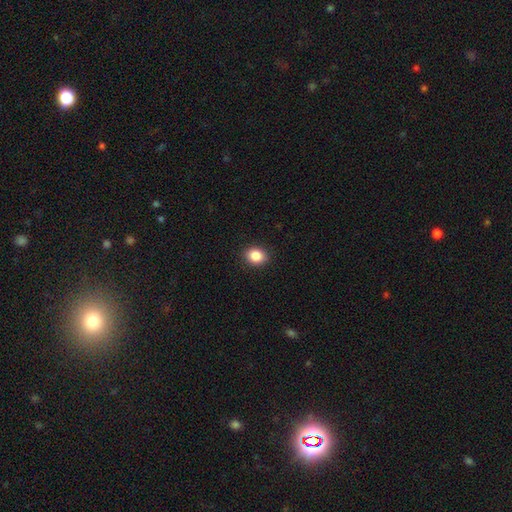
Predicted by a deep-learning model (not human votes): This appears to be a smooth galaxy with no disk features (86%) that is round (52%). Merging: none (91%).